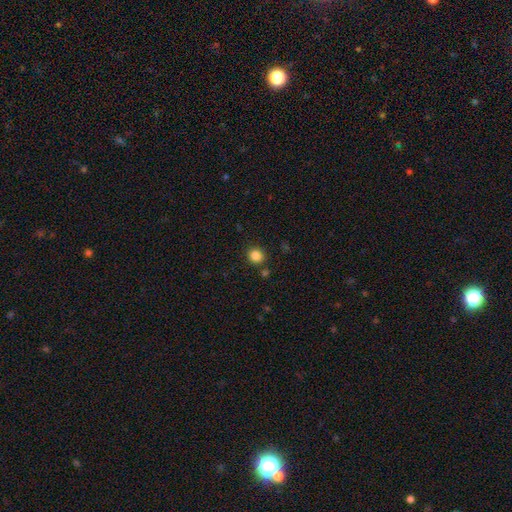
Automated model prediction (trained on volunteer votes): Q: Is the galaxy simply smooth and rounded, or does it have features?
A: smooth — 84%.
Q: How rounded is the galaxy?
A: round — 87%.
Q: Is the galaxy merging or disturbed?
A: none — 87%.